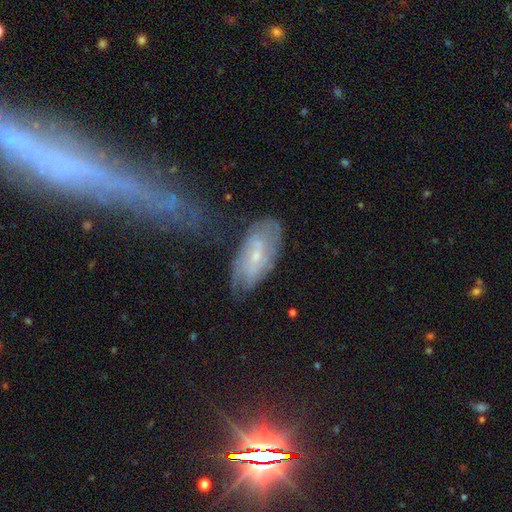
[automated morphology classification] The model was most divided on "bar": no: 44%, weak: 43%, strong: 14%. More confident: edge-on disk — no (90%); spiral arms — yes (79%); bulge size — small (73%); merging — none (65%); smooth or featured — featured or disk (64%).